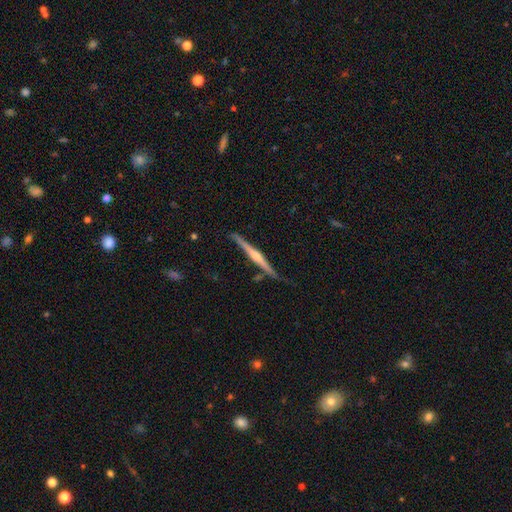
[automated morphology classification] smooth-or-featured: featured or disk: 81% | smooth: 14% | star or artifact: 5%
  disk-edge-on: yes: 98% | no: 2%
    edge-on-bulge: rounded: 81% | none: 10% | boxy: 9%
  merging: none: 86% | minor disturbance: 10% | merger: 2% | major disturbance: 2%